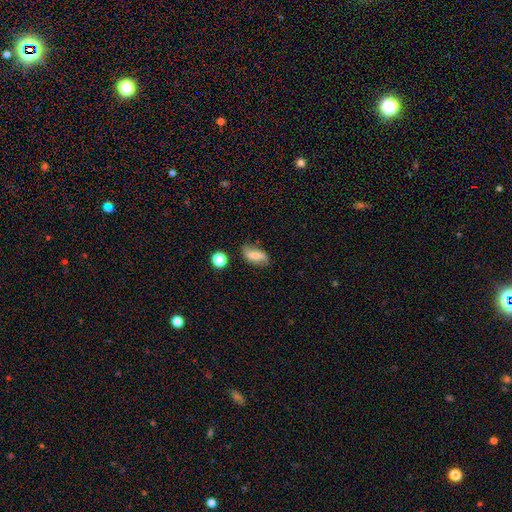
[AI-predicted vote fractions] smooth-or-featured: smooth: 46% | featured or disk: 44% | star or artifact: 10%
  merging: none: 71% | minor disturbance: 21% | major disturbance: 6% | merger: 3%